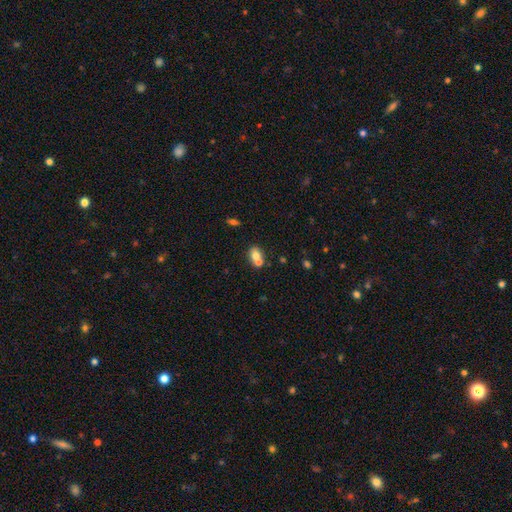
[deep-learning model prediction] Smooth or featured: smooth — 70% (featured or disk — 19%)
How rounded: in between — 49% (tied with round — 49%)
Merging: merger — 54% (none — 35%)